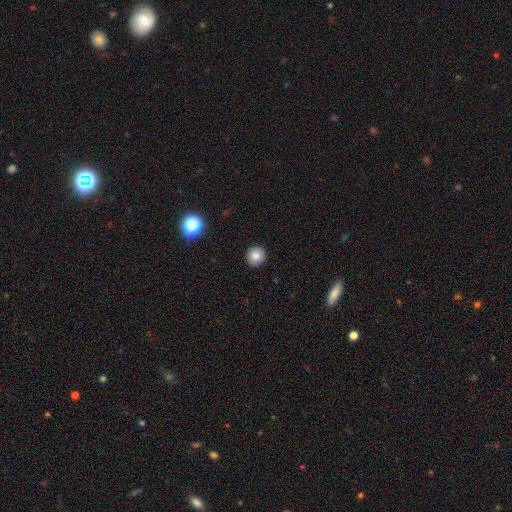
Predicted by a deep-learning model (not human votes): This appears to be a smooth galaxy with no disk features (81%) that is round (94%). Merging: none (92%).